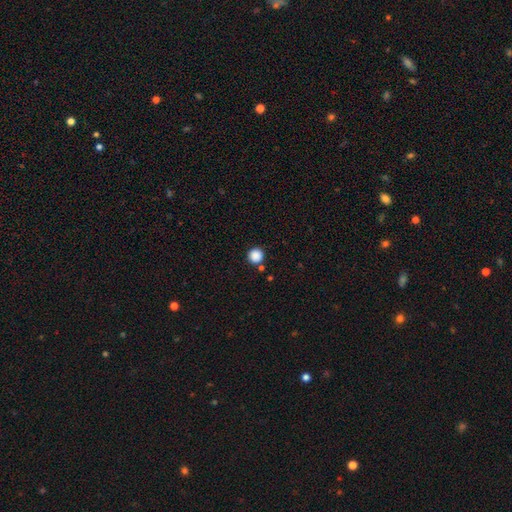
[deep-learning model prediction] Q: Smooth or featured?
A: smooth (87%); runner-up: star or artifact (10%)
Q: How rounded?
A: round (95%); runner-up: in between (4%)
Q: Merging?
A: none (85%); runner-up: minor disturbance (7%)